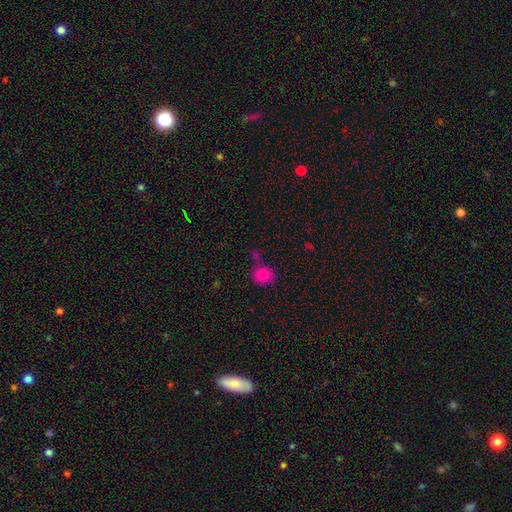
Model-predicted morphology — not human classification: This appears to be a smooth galaxy with no disk features (77%) that is round (77%). Merging: none (60%).